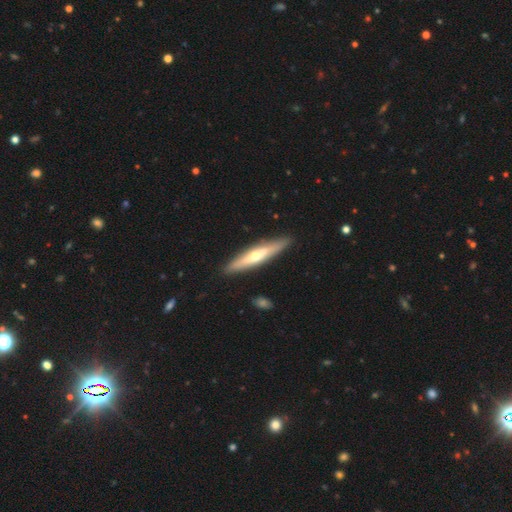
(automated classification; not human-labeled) A featured or disk galaxy (62%) viewed edge-on (91%) with a rounded central bulge (85%). Merging: none (90%).